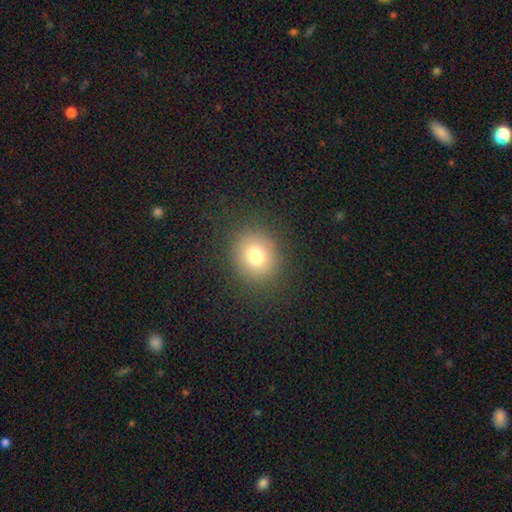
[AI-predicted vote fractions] Morphology: type=smooth (77%); roundness=round (73%); merging=none (87%).